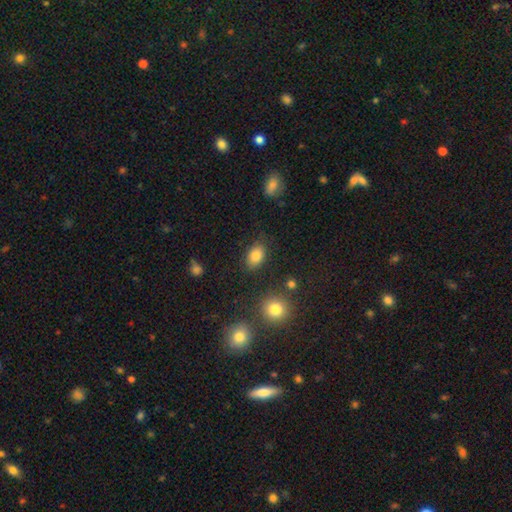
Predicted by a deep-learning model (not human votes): Morphology: type=smooth (83%); roundness=in between (81%); merging=none (83%).